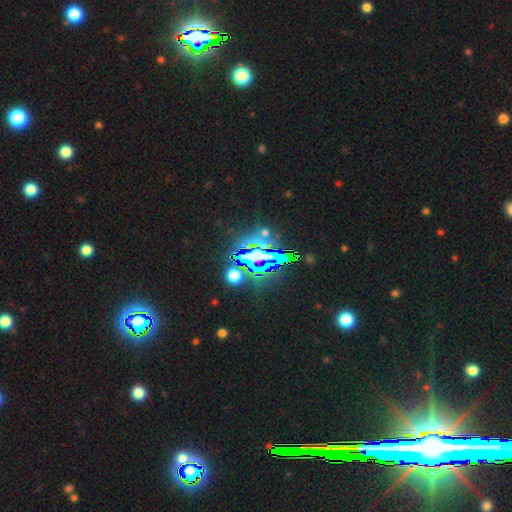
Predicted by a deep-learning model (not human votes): smooth-or-featured: star or artifact: 72% | smooth: 15% | featured or disk: 13%